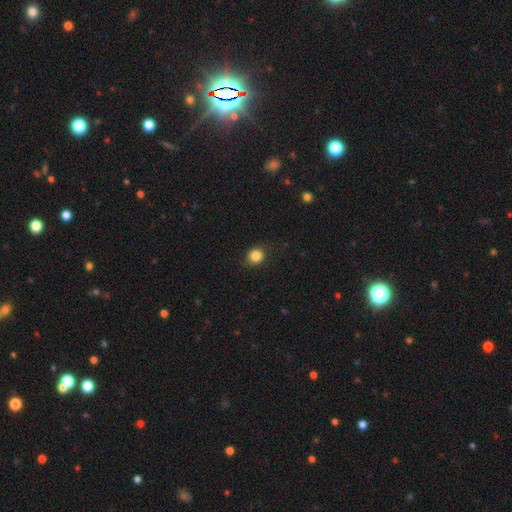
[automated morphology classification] Smooth or featured? Predicted: smooth (p=0.84). How rounded? Predicted: round (p=0.80). Merging? Predicted: none (p=0.82).